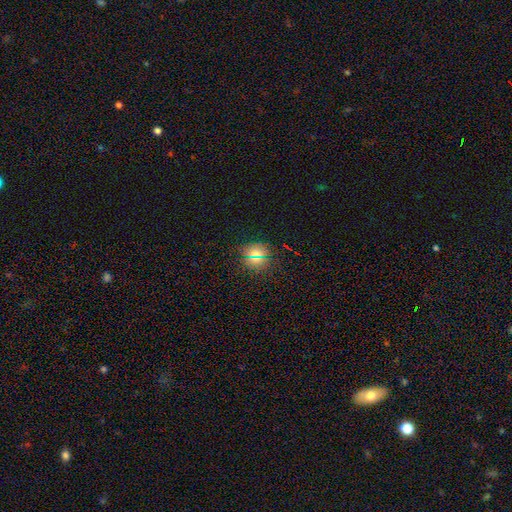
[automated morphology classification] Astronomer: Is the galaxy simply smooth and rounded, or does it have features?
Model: smooth — 64%.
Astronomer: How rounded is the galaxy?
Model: round — 85%.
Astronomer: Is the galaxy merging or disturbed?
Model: none — 87%.